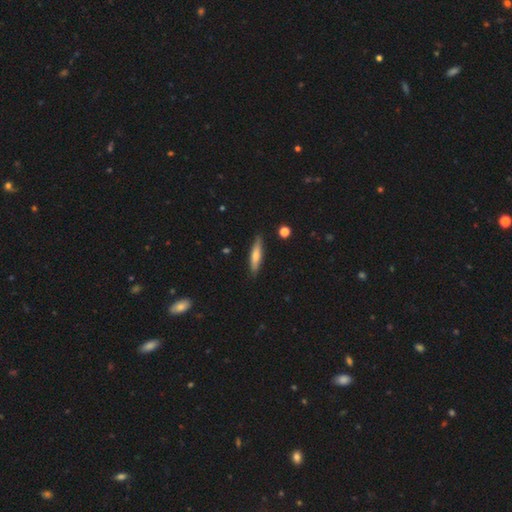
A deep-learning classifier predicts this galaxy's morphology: The model was most divided on "smooth or featured": smooth: 61%, featured or disk: 33%, star or artifact: 6%. More confident: merging — none (86%); how rounded — cigar-shaped (81%).